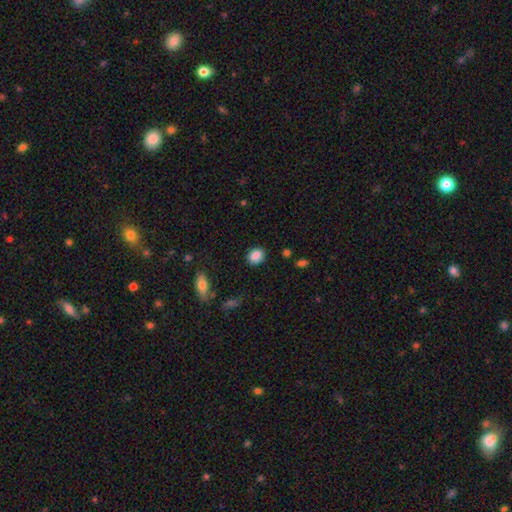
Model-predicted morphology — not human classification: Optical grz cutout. It shows a smooth galaxy with no disk features (87%) that is round (61%). Merging: none (87%).